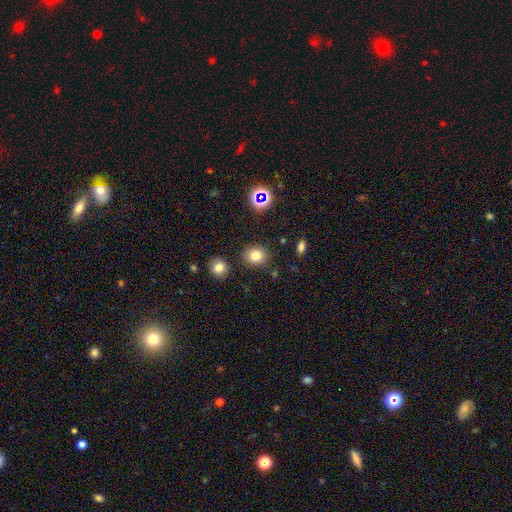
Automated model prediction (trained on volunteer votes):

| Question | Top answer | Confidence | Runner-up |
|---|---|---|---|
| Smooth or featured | smooth | 77% | star or artifact (15%) |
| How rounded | round | 75% | in between (24%) |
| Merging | none | 85% | minor disturbance (8%) |